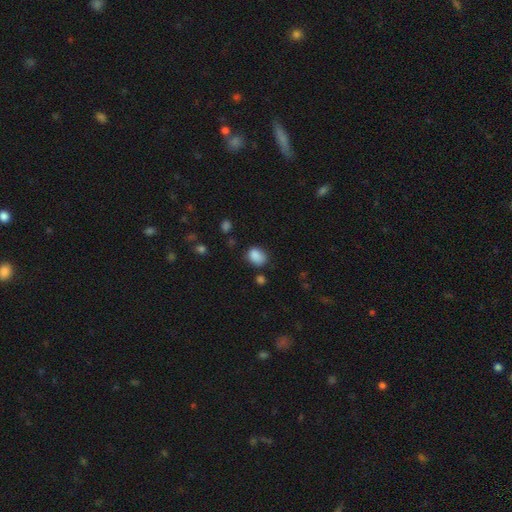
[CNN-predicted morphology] Smooth or featured? smooth (86%)
How rounded? in between (66%)
Merging? none (65%)